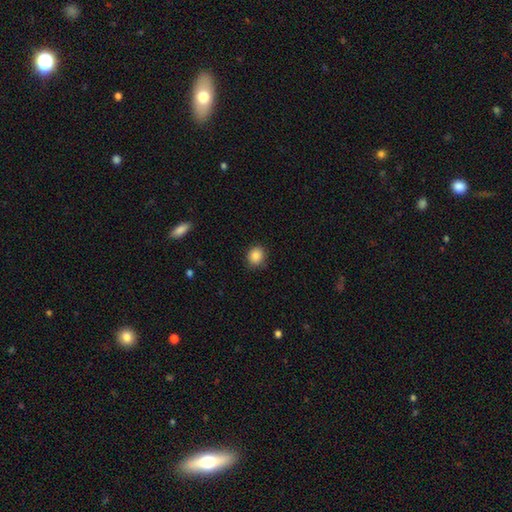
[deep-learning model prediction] A smooth galaxy with no disk features (87%) that is round (77%).

Vote fractions:
- Smooth or featured? smooth: 87% / star or artifact: 9% / featured or disk: 4%
- How rounded? round: 77% / in between: 22% / cigar-shaped: 1%
- Merging? none: 85% / minor disturbance: 11% / major disturbance: 2% / merger: 1%